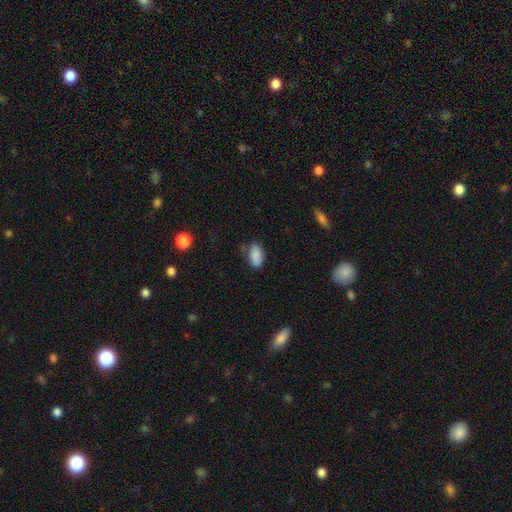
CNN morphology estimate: A smooth galaxy with no disk features (85%) that is in between round and cigar-shaped (92%).

Vote fractions:
- Smooth or featured? smooth: 85% / star or artifact: 8% / featured or disk: 7%
- How rounded? in between: 92% / round: 5% / cigar-shaped: 3%
- Merging? none: 65% / minor disturbance: 26% / major disturbance: 6% / merger: 3%